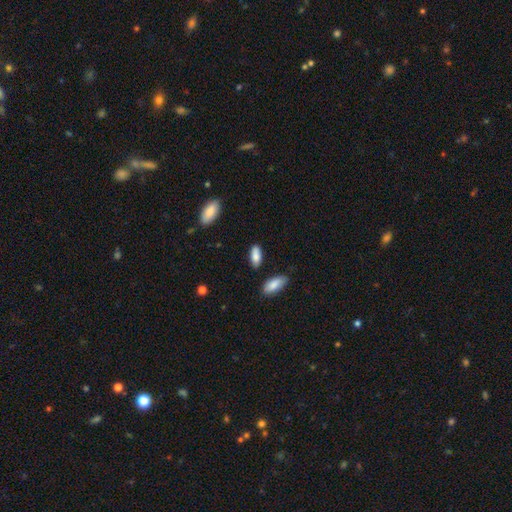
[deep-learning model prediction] Morphology: type=smooth (86%); roundness=in between (85%); merging=none (81%).